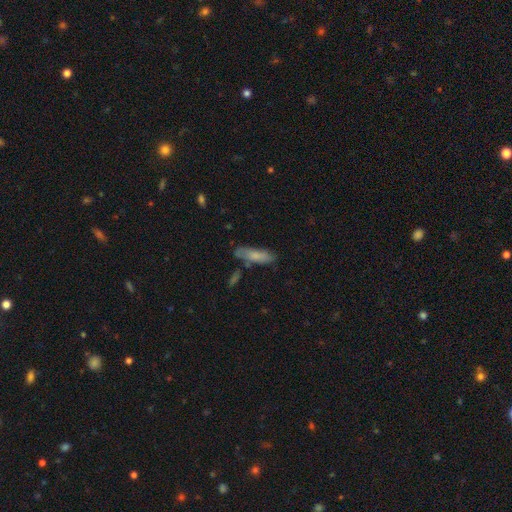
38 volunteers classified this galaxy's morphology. Q: Smooth or featured?
A: smooth (76%); runner-up: featured or disk (16%)
Q: How rounded?
A: in between (52%); runner-up: cigar-shaped (45%)
Q: Merging?
A: none (63%); runner-up: minor disturbance (23%)